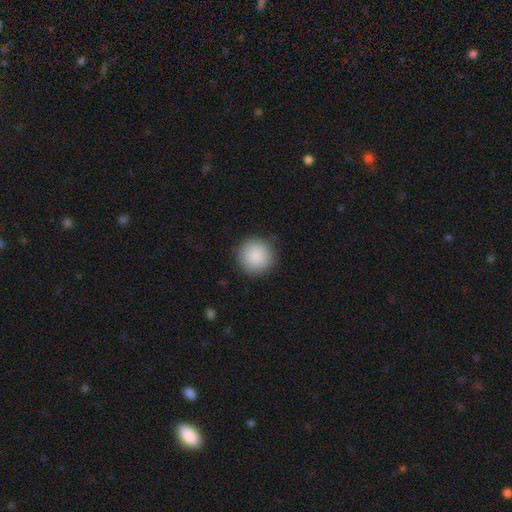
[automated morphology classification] Smooth or featured?
  - smooth: 89% *
  - star or artifact: 7%
  - featured or disk: 4%
How rounded?
  - round: 96% *
  - in between: 3%
  - cigar-shaped: 1%
Merging?
  - none: 90% *
  - minor disturbance: 7%
  - major disturbance: 2%
  - merger: 1%